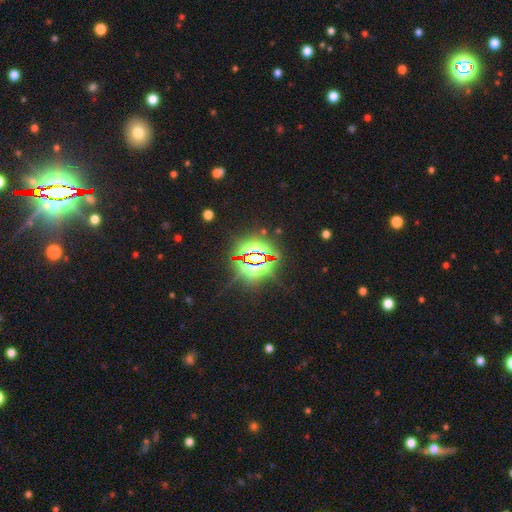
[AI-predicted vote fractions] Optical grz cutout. It shows a star or artifact, not a galaxy (83%).